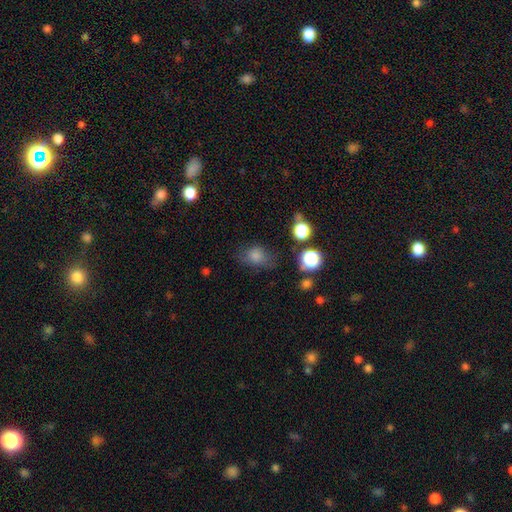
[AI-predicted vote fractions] smooth-or-featured: smooth: 75% | star or artifact: 17% | featured or disk: 8%
  how-rounded: in between: 55% | round: 43% | cigar-shaped: 1%
  merging: none: 66% | minor disturbance: 21% | major disturbance: 9% | merger: 4%